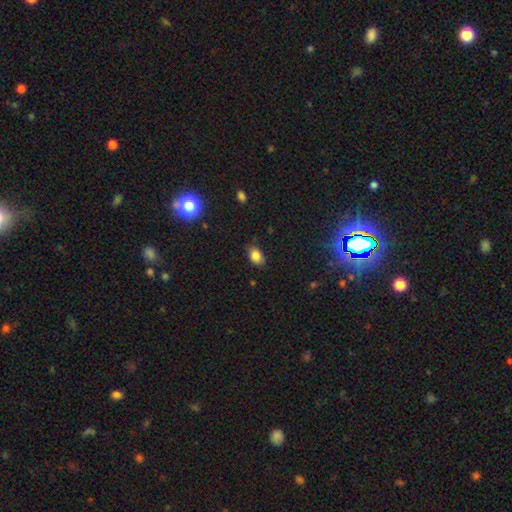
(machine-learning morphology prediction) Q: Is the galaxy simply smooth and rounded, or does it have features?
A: smooth — 83%.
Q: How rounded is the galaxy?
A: in between — 80%.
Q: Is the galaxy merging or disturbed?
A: none — 81%.